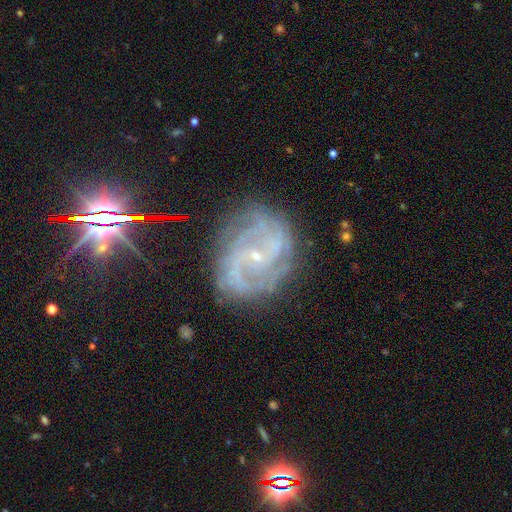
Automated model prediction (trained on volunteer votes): smooth_or_featured: featured or disk (p=0.85) [alt: star or artifact p=0.10]
disk_edge_on: no (p=0.97) [alt: yes p=0.03]
bar: no (p=0.56) [alt: weak p=0.33]
has_spiral_arms: yes (p=0.96) [alt: no p=0.04]
spiral_winding: tight (p=0.45) [alt: medium p=0.43]
spiral_arm_count: 2 (p=0.44) [alt: can't tell p=0.19]
bulge_size: small (p=0.85) [alt: moderate p=0.11]
merging: none (p=0.75) [alt: minor disturbance p=0.17]